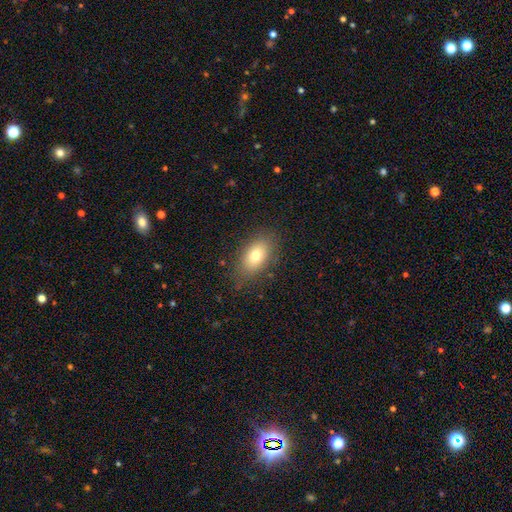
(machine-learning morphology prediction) Smooth or featured? Predicted: smooth (p=0.76). How rounded? Predicted: in between (p=0.87). Merging? Predicted: none (p=0.83).